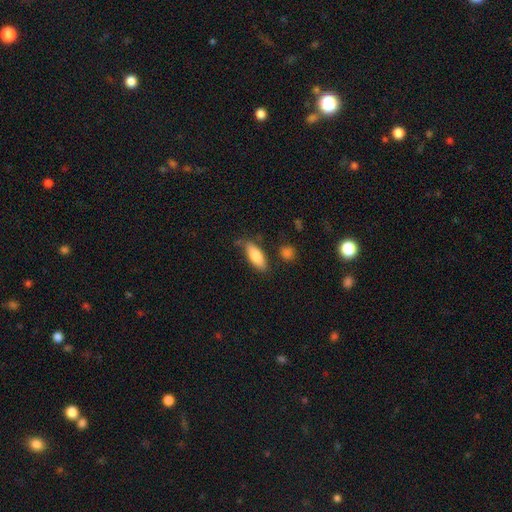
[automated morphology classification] Smooth or featured? smooth (80%)
How rounded? in between (69%)
Merging? none (73%)